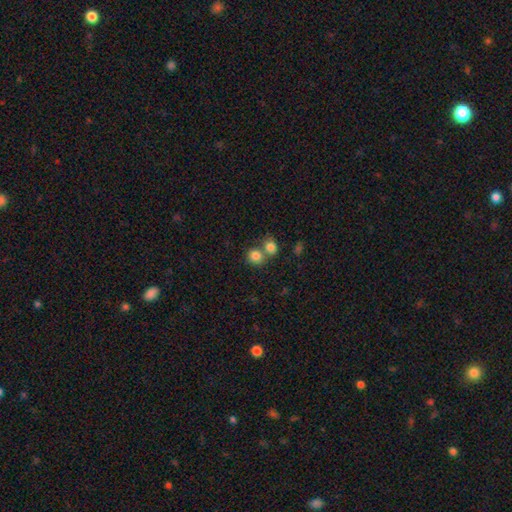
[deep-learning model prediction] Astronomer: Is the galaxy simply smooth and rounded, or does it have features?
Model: smooth — 82%.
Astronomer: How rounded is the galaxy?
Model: round — 81%.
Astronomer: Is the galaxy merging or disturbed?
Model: none — 47% (runner-up: merger, 43%).